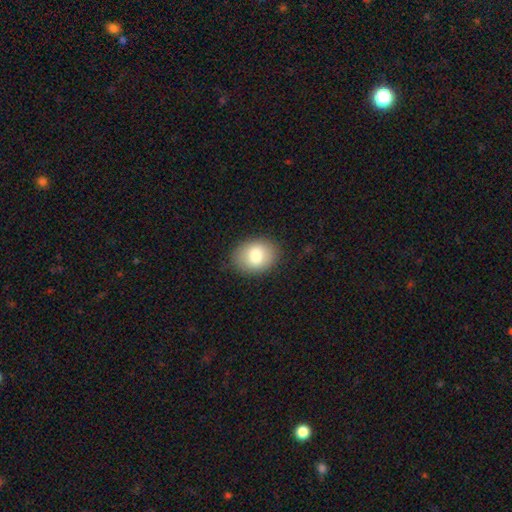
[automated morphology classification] This is clearly a smooth galaxy (80%). How rounded: likely in between (61%). Merging: clearly none (85%).